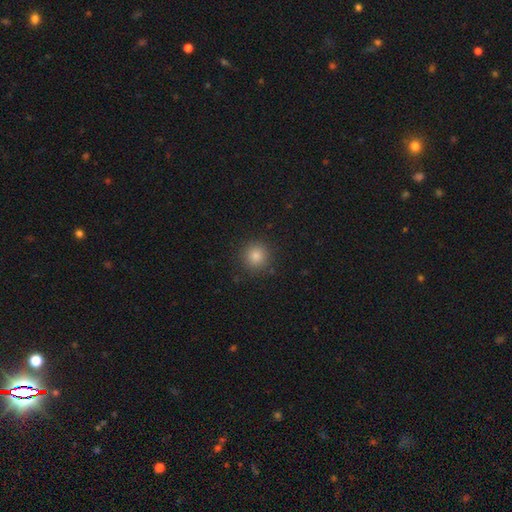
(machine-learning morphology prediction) Smooth or featured? Predicted: smooth (p=0.81). How rounded? Predicted: round (p=0.94). Merging? Predicted: none (p=0.91).